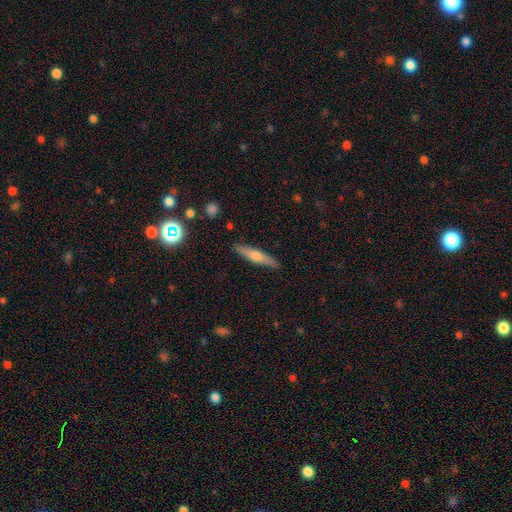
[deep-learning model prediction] A featured or disk galaxy (48%).

Vote fractions:
- Smooth or featured? featured or disk: 48% / smooth: 44% / star or artifact: 8%
- Merging? none: 90% / minor disturbance: 7% / major disturbance: 2% / merger: 1%